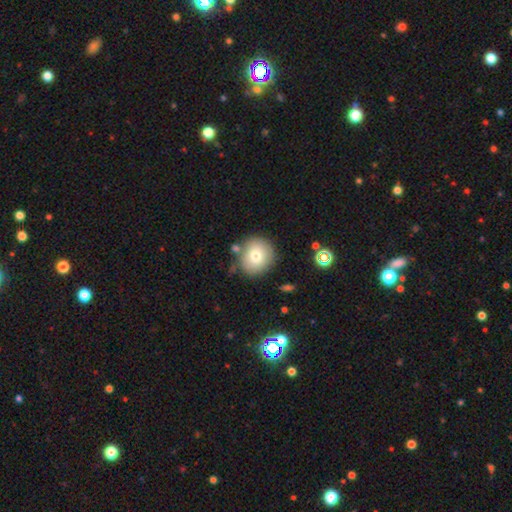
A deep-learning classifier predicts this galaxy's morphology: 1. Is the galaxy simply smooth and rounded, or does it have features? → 74% smooth, 15% featured or disk, 11% star or artifact.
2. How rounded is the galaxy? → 86% round, 13% in between, 1% cigar-shaped.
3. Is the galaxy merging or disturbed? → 76% none, 12% minor disturbance, 8% merger, 4% major disturbance.